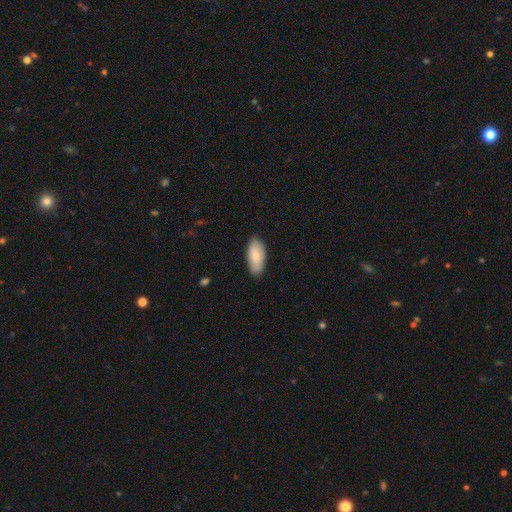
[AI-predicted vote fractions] Morphology: type=smooth (82%); roundness=in between (90%); merging=none (87%).